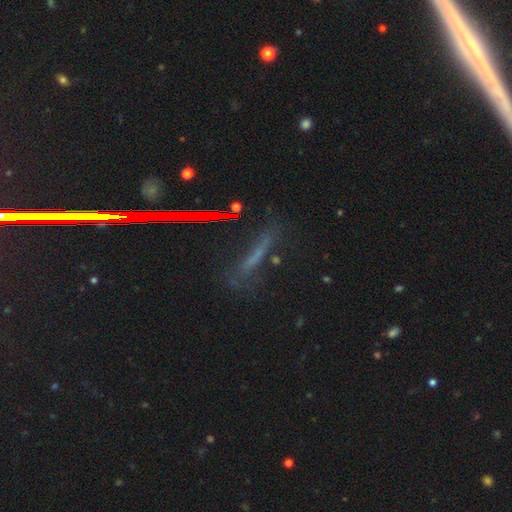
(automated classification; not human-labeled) A featured or disk galaxy (38%). Merging: none (59%).